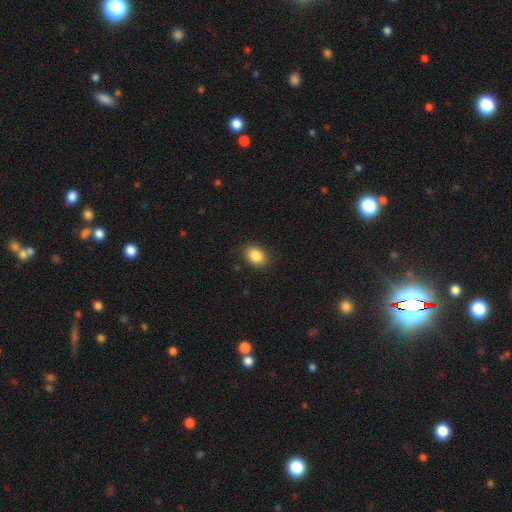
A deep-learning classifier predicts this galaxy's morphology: Smooth or featured: smooth — 87% (star or artifact — 9%)
How rounded: in between — 62% (round — 37%)
Merging: none — 85% (minor disturbance — 11%)